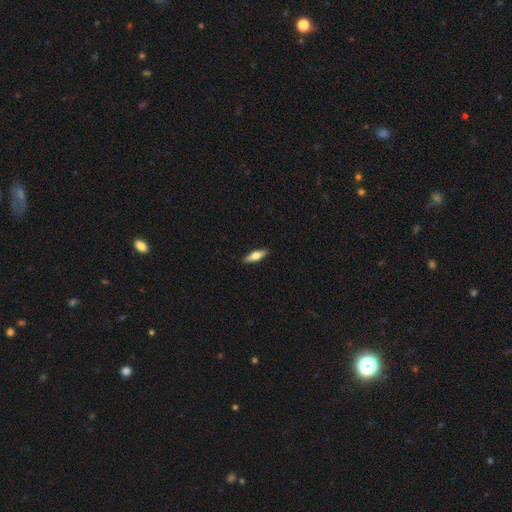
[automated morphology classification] Q: Smooth or featured?
A: smooth (58%); runner-up: featured or disk (36%)
Q: How rounded?
A: cigar-shaped (52%); runner-up: in between (45%)
Q: Merging?
A: none (90%); runner-up: minor disturbance (7%)